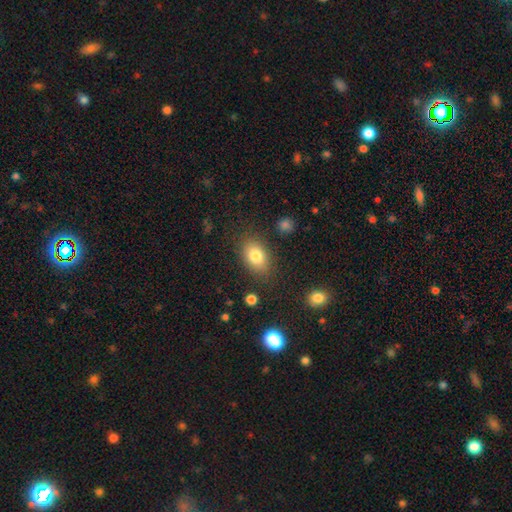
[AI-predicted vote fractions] The model was most divided on "how rounded": in between: 83%, round: 15%, cigar-shaped: 2%. More confident: merging — none (82%); smooth or featured — smooth (80%).